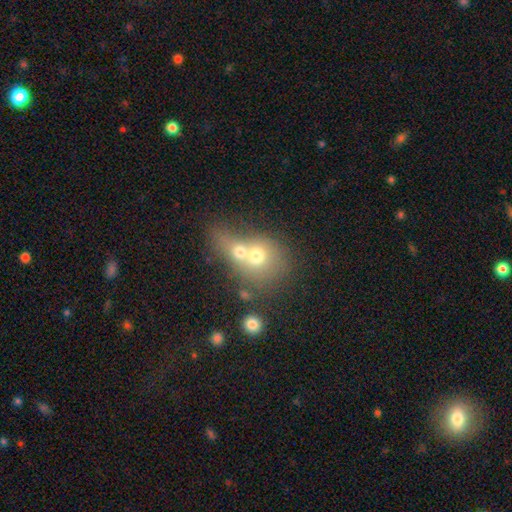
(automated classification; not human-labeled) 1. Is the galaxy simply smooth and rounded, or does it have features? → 61% smooth, 27% featured or disk, 12% star or artifact.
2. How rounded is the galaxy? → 72% round, 27% in between, 2% cigar-shaped.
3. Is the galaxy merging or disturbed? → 73% merger, 17% none, 5% minor disturbance, 5% major disturbance.